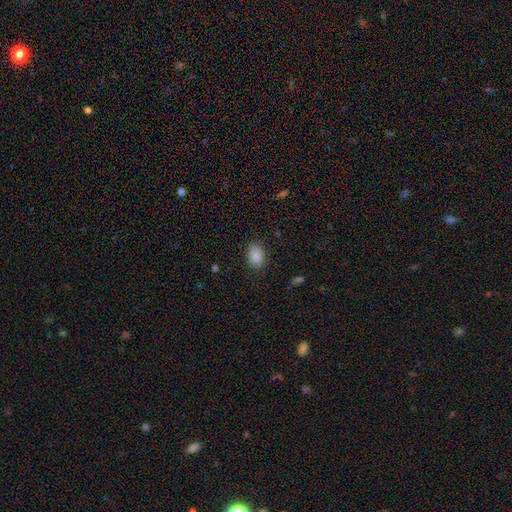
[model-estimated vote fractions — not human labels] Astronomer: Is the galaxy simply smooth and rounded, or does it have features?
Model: smooth — 88%.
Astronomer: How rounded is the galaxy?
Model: in between — 82%.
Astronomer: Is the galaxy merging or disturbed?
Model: none — 85%.